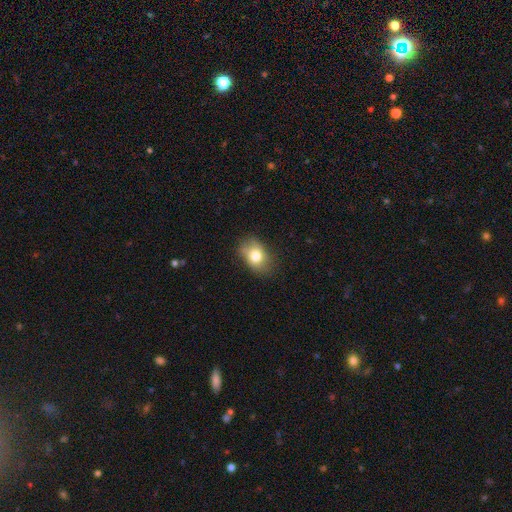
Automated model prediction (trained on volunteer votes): Overall: smooth (75%). How rounded: in between (74%). Merging: none (68%).